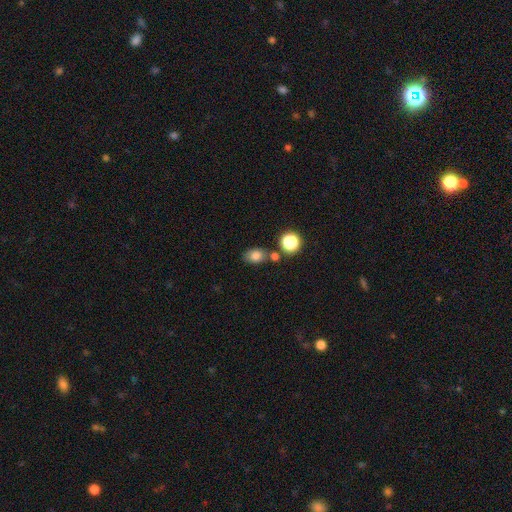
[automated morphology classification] Smooth or featured? Predicted: smooth (p=0.80). How rounded? Predicted: in between (p=0.69). Merging? Predicted: none (p=0.67).